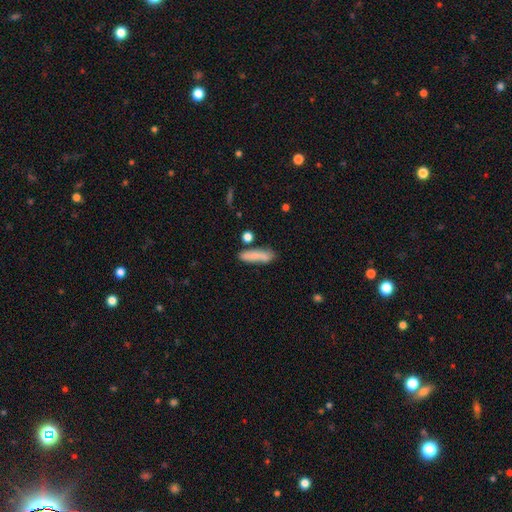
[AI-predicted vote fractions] smooth 77%, featured or disk 15%, star or artifact 8%. Down the decision tree: how rounded — cigar-shaped (62%); merging — none (62%).